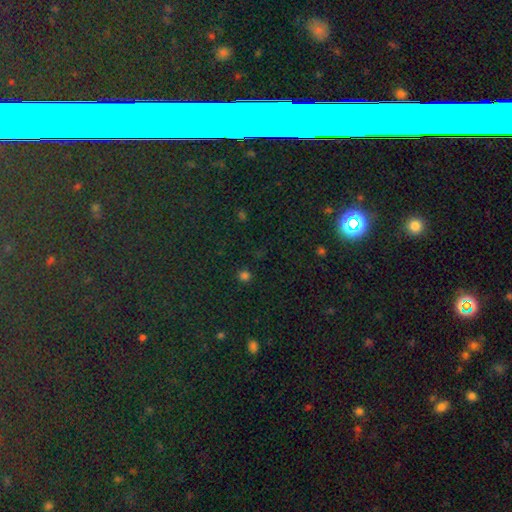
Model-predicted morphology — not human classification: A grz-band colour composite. It shows a star or artifact, not a galaxy (69%).